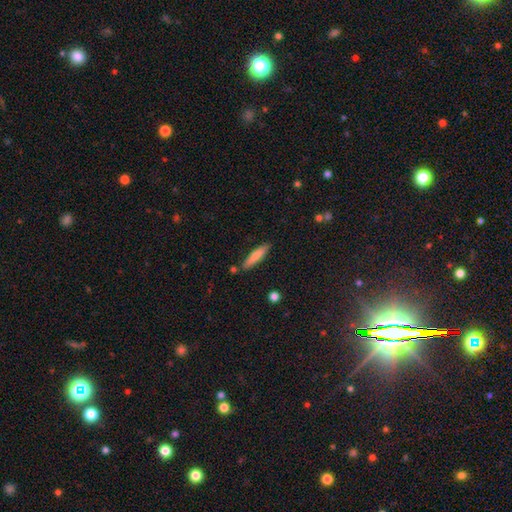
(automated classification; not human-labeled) Morphology: type=smooth (74%); roundness=cigar-shaped (86%); merging=none (83%).